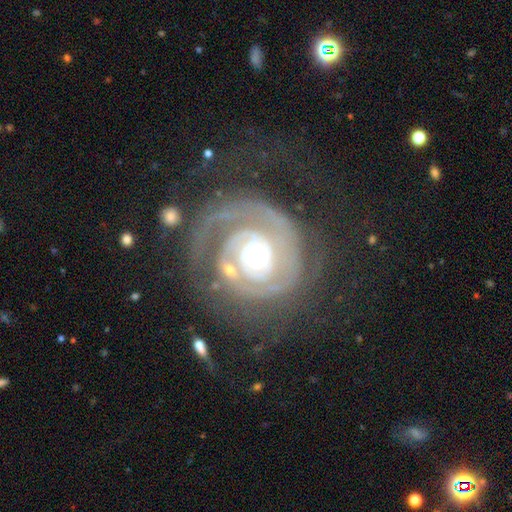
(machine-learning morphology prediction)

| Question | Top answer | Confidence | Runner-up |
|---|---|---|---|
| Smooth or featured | featured or disk | 88% | smooth (6%) |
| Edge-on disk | no | 98% | yes (2%) |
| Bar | no | 75% | weak (18%) |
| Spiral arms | yes | 96% | no (4%) |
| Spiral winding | tight | 77% | medium (18%) |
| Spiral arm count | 2 | 40% | can't tell (19%) |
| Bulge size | moderate | 48% | small (42%) |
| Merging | none | 60% | major disturbance (20%) |